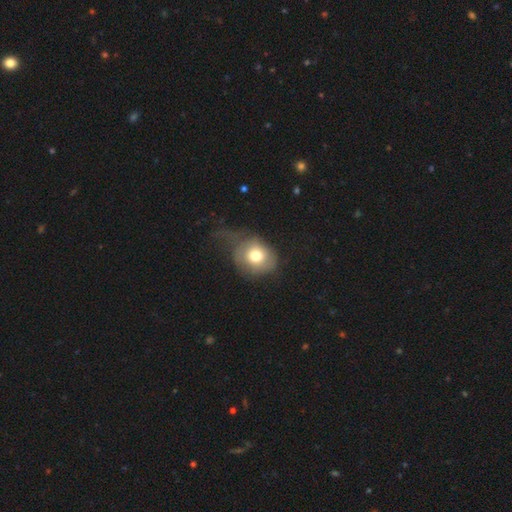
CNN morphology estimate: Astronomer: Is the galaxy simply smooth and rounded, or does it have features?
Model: smooth — 71%.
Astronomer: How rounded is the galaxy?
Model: round — 70%.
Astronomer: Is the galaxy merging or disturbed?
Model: none — 34%, tied with major disturbance at 34%.